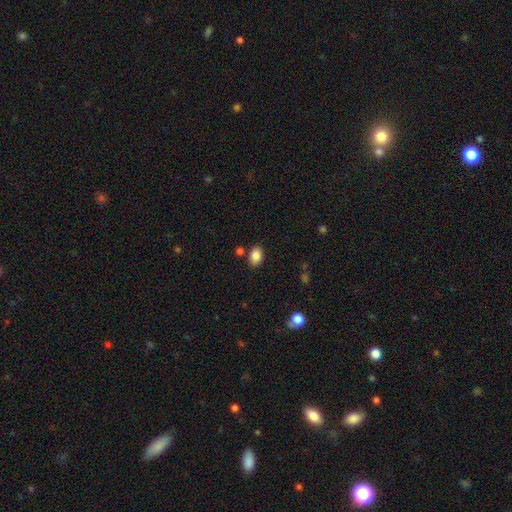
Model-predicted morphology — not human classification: The model was most divided on "how rounded": in between: 81%, round: 18%, cigar-shaped: 1%. More confident: smooth or featured — smooth (86%); merging — none (80%).